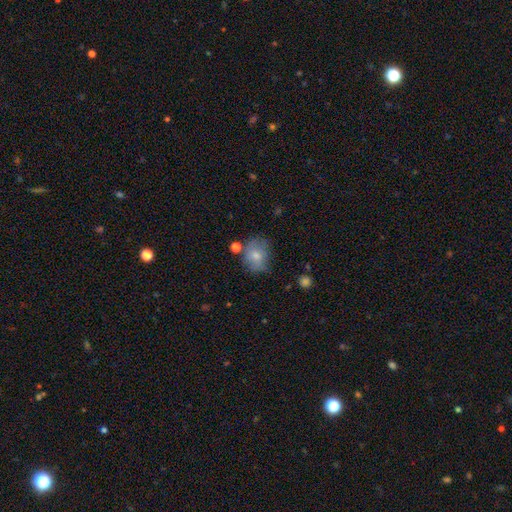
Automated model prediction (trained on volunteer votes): The model was most divided on "how rounded": round: 53%, in between: 46%, cigar-shaped: 1%. More confident: smooth or featured — smooth (72%); merging — none (56%).